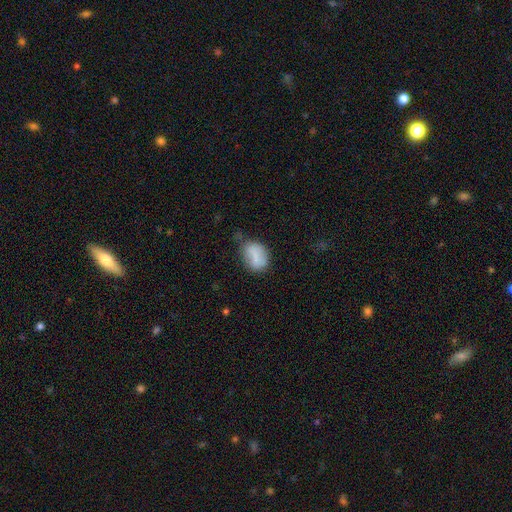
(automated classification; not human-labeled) A smooth galaxy with no disk features (76%) that is in between round and cigar-shaped (65%). Merging: none (53%).